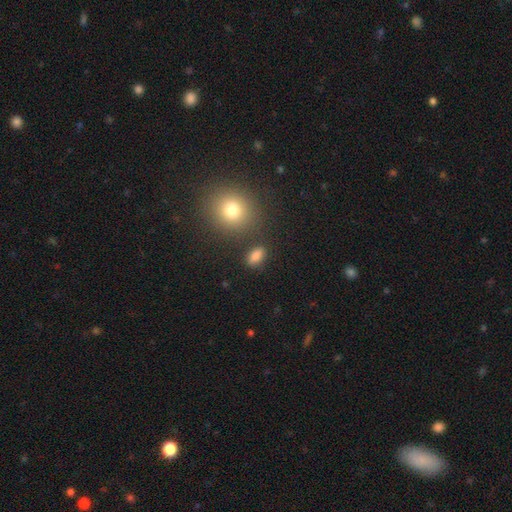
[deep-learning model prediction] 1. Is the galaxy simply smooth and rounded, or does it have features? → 83% smooth, 11% star or artifact, 5% featured or disk.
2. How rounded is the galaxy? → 83% in between, 11% round, 6% cigar-shaped.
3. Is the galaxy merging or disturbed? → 81% none, 11% minor disturbance, 4% merger, 4% major disturbance.